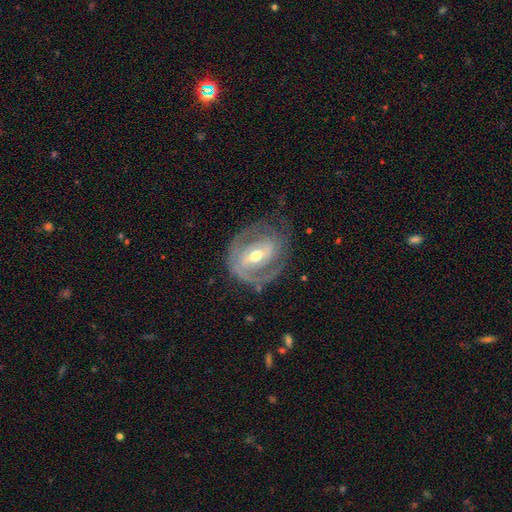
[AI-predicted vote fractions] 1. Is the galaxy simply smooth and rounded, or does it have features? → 85% featured or disk, 10% smooth, 5% star or artifact.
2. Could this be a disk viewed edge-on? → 96% no, 4% yes.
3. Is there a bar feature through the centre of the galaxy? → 42% weak, 40% strong, 18% no.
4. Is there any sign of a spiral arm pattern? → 89% yes, 11% no.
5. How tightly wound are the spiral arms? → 52% tight, 36% medium, 13% loose.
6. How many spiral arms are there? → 58% 2, 18% 1, 16% can't tell, 6% 3, 2% 4, 2% more than 4.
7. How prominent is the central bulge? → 62% moderate, 33% small, 4% large, 1% none, 1% dominant.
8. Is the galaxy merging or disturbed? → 63% none, 21% minor disturbance, 14% major disturbance, 2% merger.